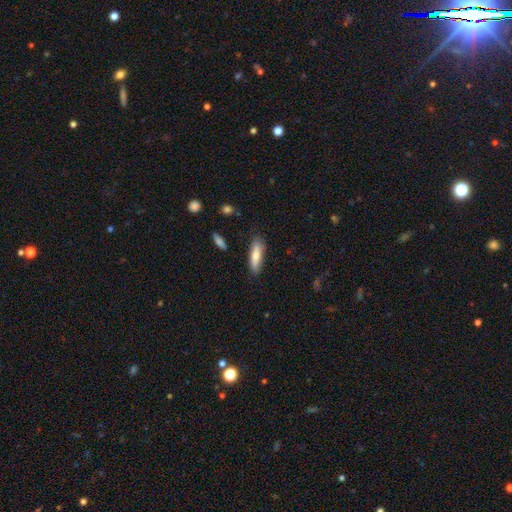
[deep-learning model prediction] Overall: smooth (75%). How rounded: cigar-shaped (58%; in between 40%). Merging: none (83%).